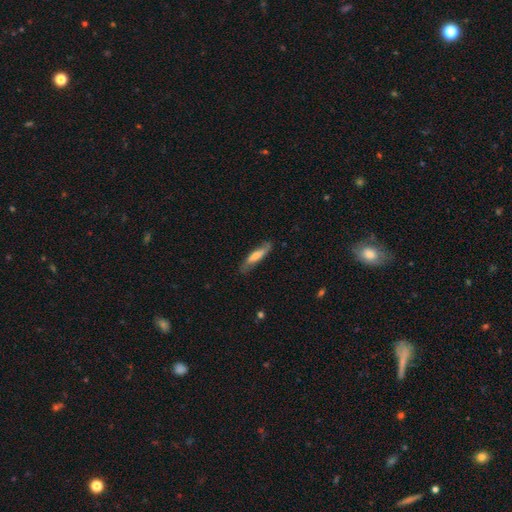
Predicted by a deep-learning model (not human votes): Overall: smooth (48%; featured or disk 45%). Merging: none (77%).